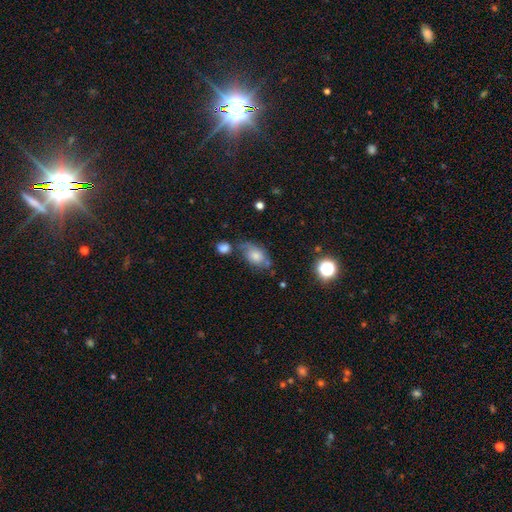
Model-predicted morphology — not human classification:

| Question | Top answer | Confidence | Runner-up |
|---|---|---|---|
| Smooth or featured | smooth | 66% | featured or disk (23%) |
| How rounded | in between | 82% | round (16%) |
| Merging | none | 45% | minor disturbance (28%) |